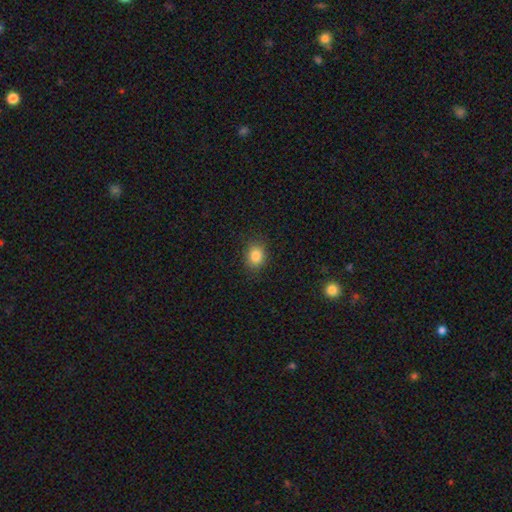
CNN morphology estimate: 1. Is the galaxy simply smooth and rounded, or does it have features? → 84% smooth, 10% star or artifact, 6% featured or disk.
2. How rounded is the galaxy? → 55% round, 44% in between, 1% cigar-shaped.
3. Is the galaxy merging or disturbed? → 87% none, 9% minor disturbance, 3% major disturbance, 1% merger.